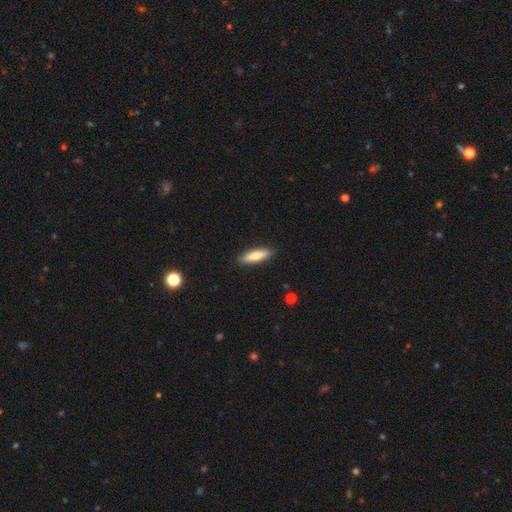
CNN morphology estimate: smooth 75%, featured or disk 20%, star or artifact 6%. Down the decision tree: how rounded — cigar-shaped (57%); merging — none (89%).